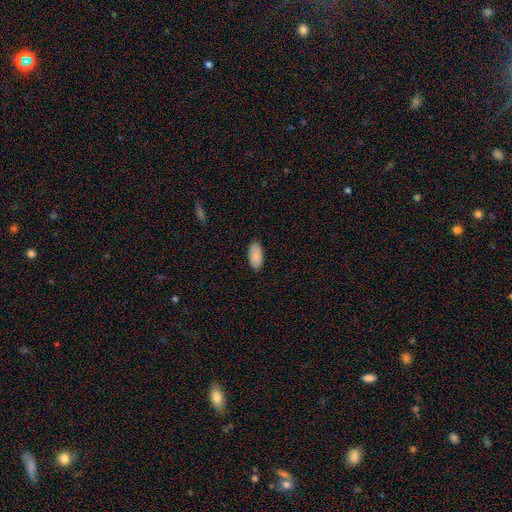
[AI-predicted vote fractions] Smooth or featured?
  - smooth: 89% *
  - star or artifact: 6%
  - featured or disk: 4%
How rounded?
  - in between: 93% *
  - cigar-shaped: 5%
  - round: 2%
Merging?
  - none: 88% *
  - minor disturbance: 9%
  - major disturbance: 2%
  - merger: 1%